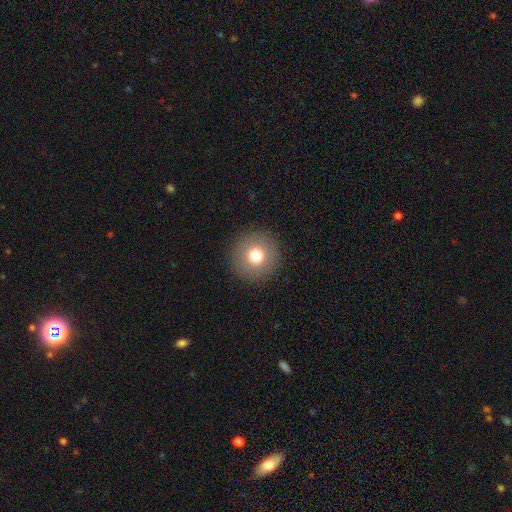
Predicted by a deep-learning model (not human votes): smooth-or-featured: smooth: 74% | featured or disk: 14% | star or artifact: 12%
  how-rounded: round: 96% | in between: 3% | cigar-shaped: 1%
  merging: none: 92% | minor disturbance: 5% | major disturbance: 2% | merger: 1%